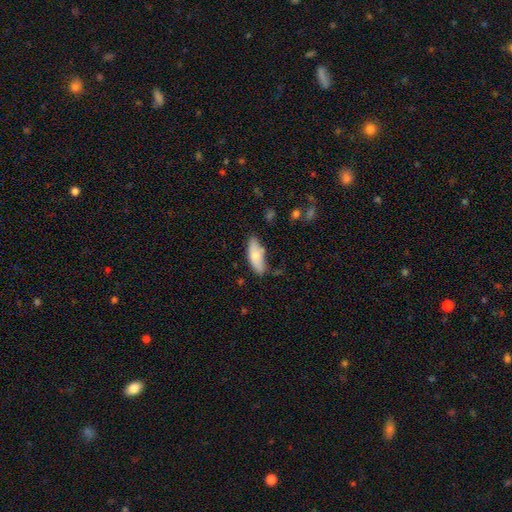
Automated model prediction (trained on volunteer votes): Overall: smooth (72%). How rounded: in between (72%). Merging: none (65%).